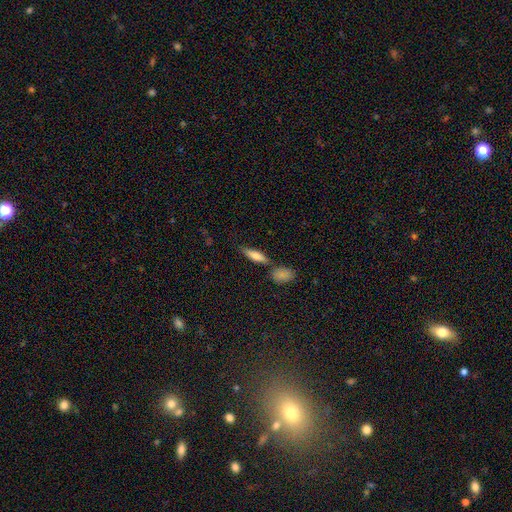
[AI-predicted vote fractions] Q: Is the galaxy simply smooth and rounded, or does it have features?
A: smooth — 70%.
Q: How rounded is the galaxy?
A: cigar-shaped — 55%.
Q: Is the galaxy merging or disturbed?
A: none — 67%.